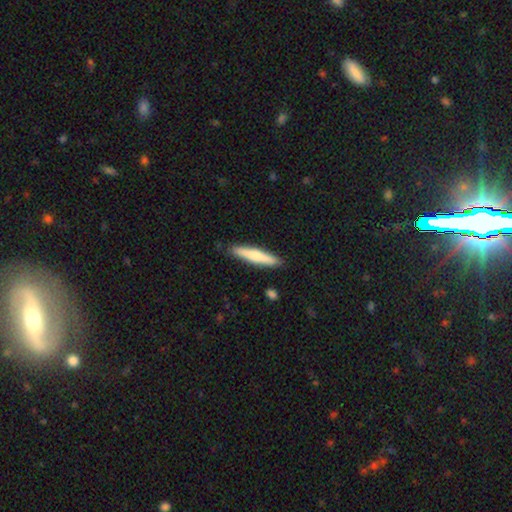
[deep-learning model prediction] Morphology: type=smooth (65%); roundness=cigar-shaped (91%); merging=none (88%).